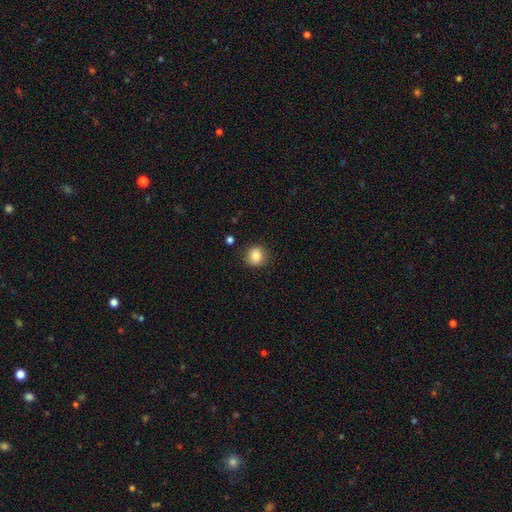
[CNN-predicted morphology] Overall: smooth (85%). How rounded: round (85%). Merging: none (87%).